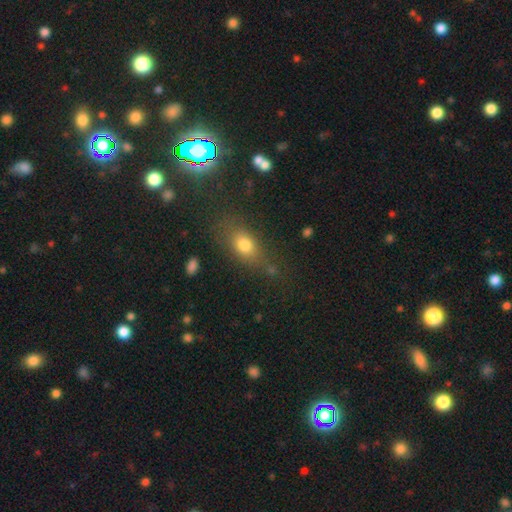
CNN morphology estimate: This appears to be a smooth galaxy with no disk features (50%) that is in between round and cigar-shaped (56%). Merging: none (73%).